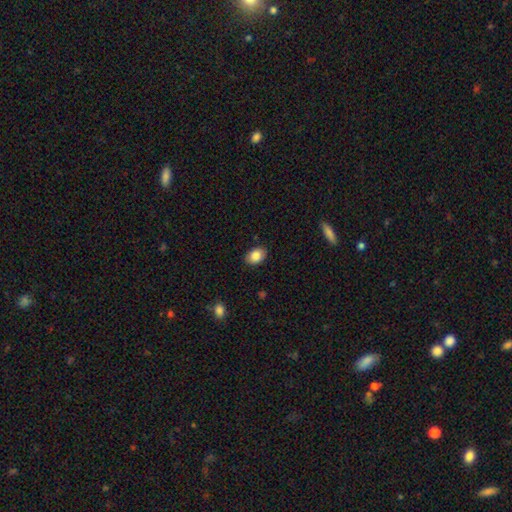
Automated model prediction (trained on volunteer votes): Smooth or featured? smooth (84%)
How rounded? in between (83%)
Merging? none (87%)